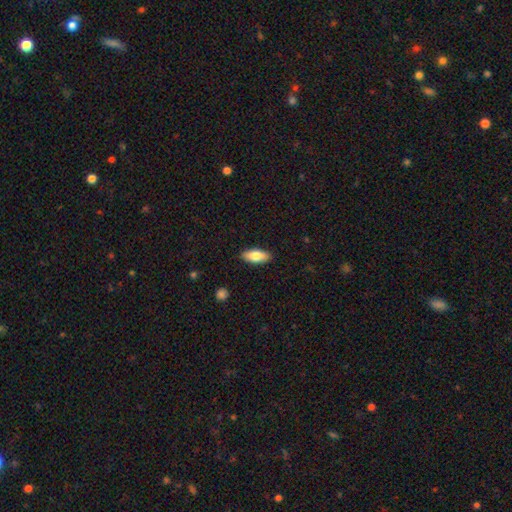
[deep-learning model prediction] Smooth or featured?
  - smooth: 78% *
  - featured or disk: 16%
  - star or artifact: 6%
How rounded?
  - in between: 82% *
  - cigar-shaped: 16%
  - round: 2%
Merging?
  - none: 89% *
  - minor disturbance: 8%
  - major disturbance: 2%
  - merger: 1%